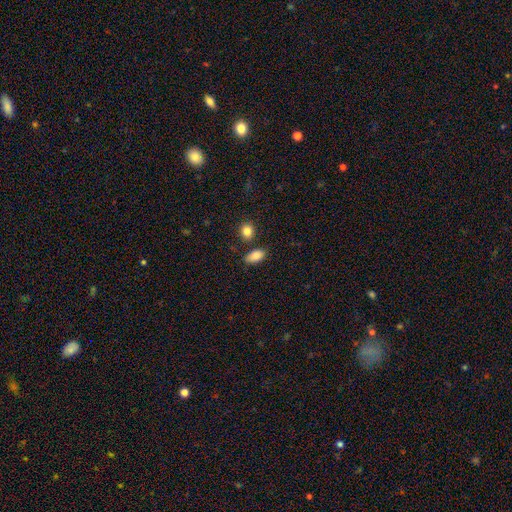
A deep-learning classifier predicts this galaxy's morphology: smooth 86%, star or artifact 8%, featured or disk 5%. Down the decision tree: how rounded — in between (90%); merging — none (71%).